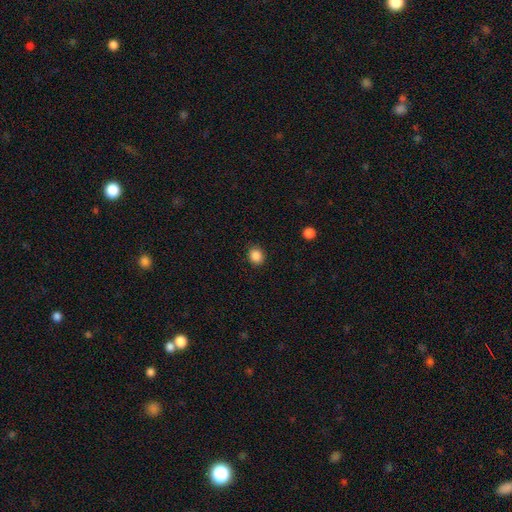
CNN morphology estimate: type=smooth (87%); roundness=round (73%); merging=none (89%).